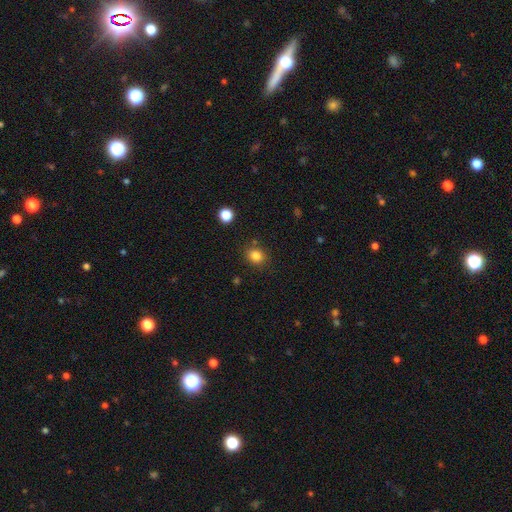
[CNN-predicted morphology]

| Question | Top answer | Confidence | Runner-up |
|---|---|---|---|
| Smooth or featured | smooth | 83% | star or artifact (12%) |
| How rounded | round | 69% | in between (31%) |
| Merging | none | 83% | minor disturbance (10%) |